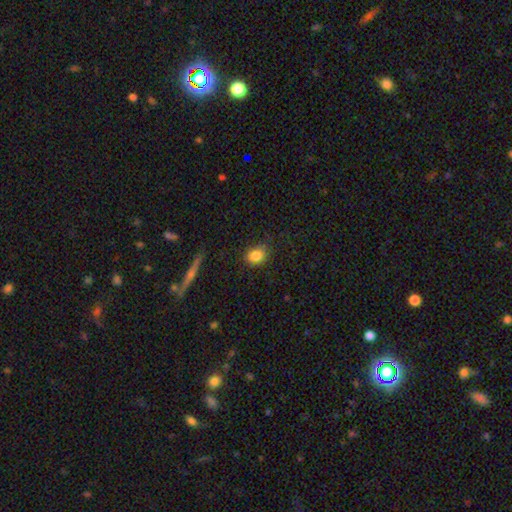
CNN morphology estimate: Smooth or featured?
  - smooth: 84% *
  - star or artifact: 9%
  - featured or disk: 7%
How rounded?
  - in between: 53% *
  - round: 45%
  - cigar-shaped: 2%
Merging?
  - none: 78% *
  - minor disturbance: 16%
  - major disturbance: 4%
  - merger: 2%